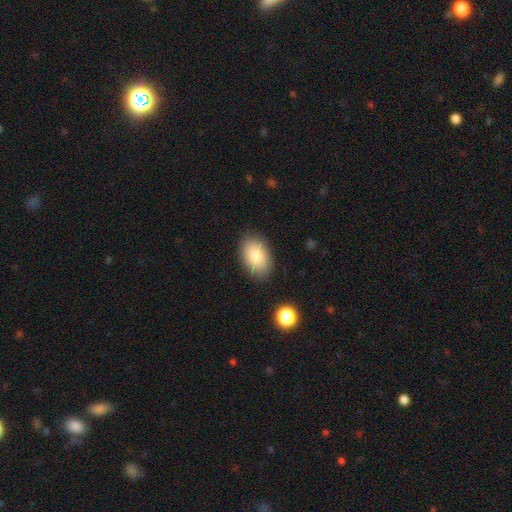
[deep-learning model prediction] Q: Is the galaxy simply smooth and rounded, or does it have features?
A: smooth — 84%.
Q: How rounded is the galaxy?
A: in between — 89%.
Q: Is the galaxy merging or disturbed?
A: none — 85%.